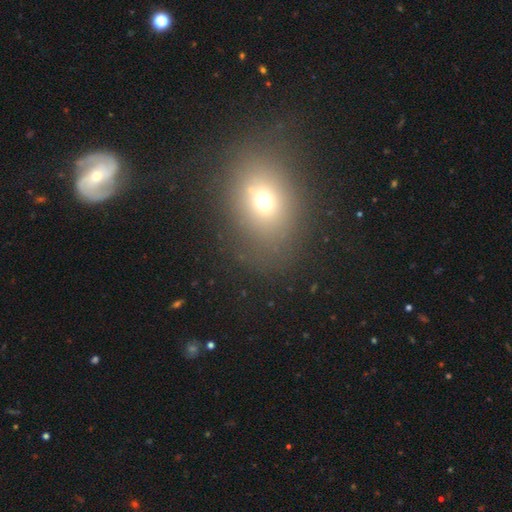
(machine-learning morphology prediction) smooth 58%, star or artifact 22%, featured or disk 20%. Down the decision tree: how rounded — in between (59%); merging — none (80%).